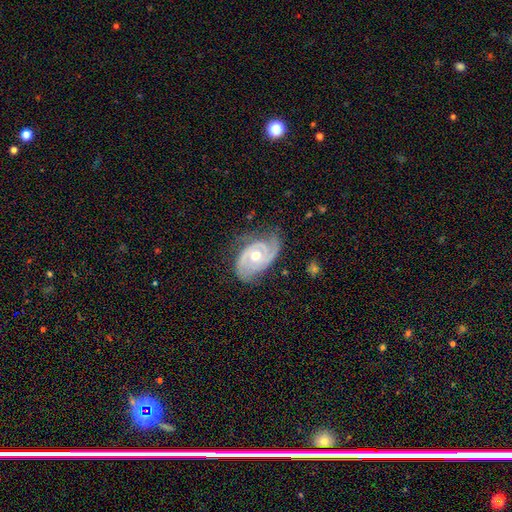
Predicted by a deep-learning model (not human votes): A featured or disk galaxy (86%) with no bar (73%), 2 (56%) tight (59%) spiral arms (94%) and a moderate central bulge (77%).

Vote fractions:
- Smooth or featured? featured or disk: 86% / smooth: 9% / star or artifact: 5%
- Edge-on disk? no: 96% / yes: 4%
- Bar? no: 73% / weak: 21% / strong: 5%
- Spiral arms? yes: 94% / no: 6%
- Spiral winding? tight: 59% / medium: 32% / loose: 9%
- Spiral arm count? 2: 56% / can't tell: 15% / 3: 14% / 1: 10% / 4: 3% / more than 4: 3%
- Bulge size? moderate: 77% / small: 17% / large: 5% / none: 1% / dominant: 1%
- Merging? none: 65% / minor disturbance: 24% / major disturbance: 10% / merger: 1%